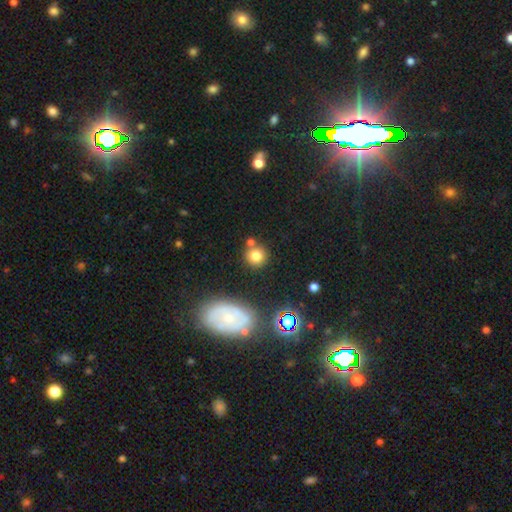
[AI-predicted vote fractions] Q: Smooth or featured?
A: smooth (75%); runner-up: star or artifact (14%)
Q: How rounded?
A: round (91%); runner-up: in between (8%)
Q: Merging?
A: none (72%); runner-up: merger (15%)